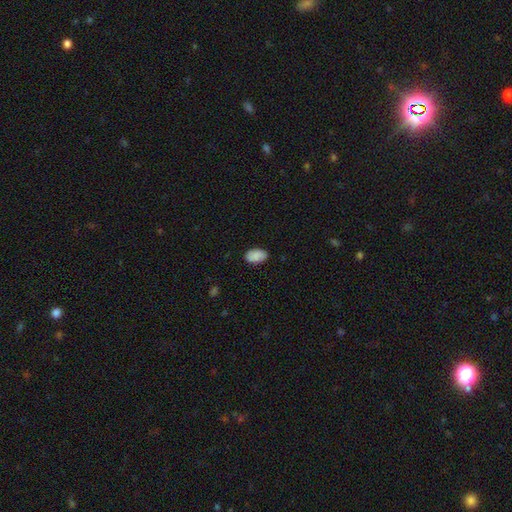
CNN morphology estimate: smooth_or_featured: smooth (p=0.88) [alt: star or artifact p=0.07]
how_rounded: in between (p=0.92) [alt: round p=0.07]
merging: none (p=0.83) [alt: minor disturbance p=0.14]